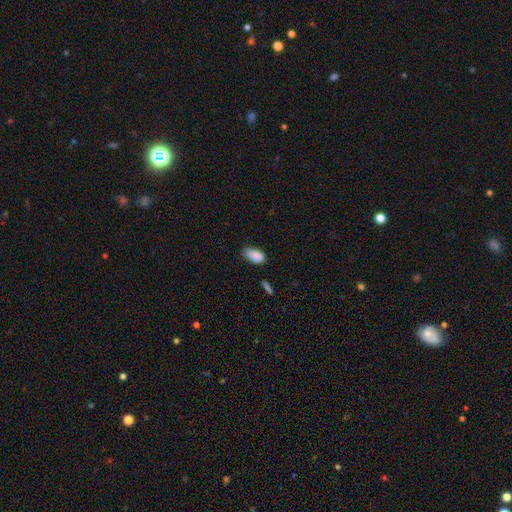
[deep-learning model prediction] smooth-or-featured: smooth: 88% | star or artifact: 8% | featured or disk: 5%
  how-rounded: in between: 93% | round: 5% | cigar-shaped: 3%
  merging: none: 62% | minor disturbance: 30% | major disturbance: 5% | merger: 2%